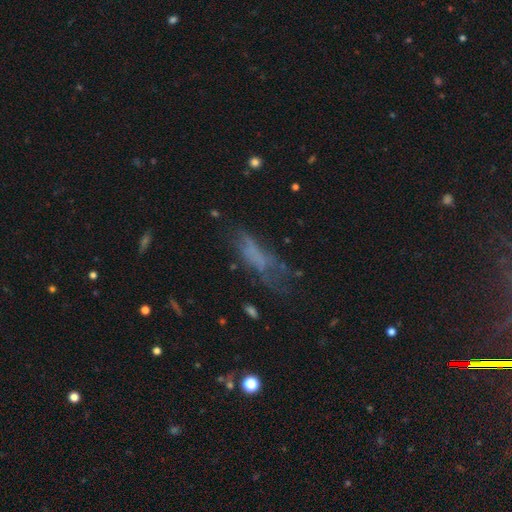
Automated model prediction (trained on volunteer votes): smooth 45%, featured or disk 37%, star or artifact 19%. Down the decision tree: merging — none (42%).